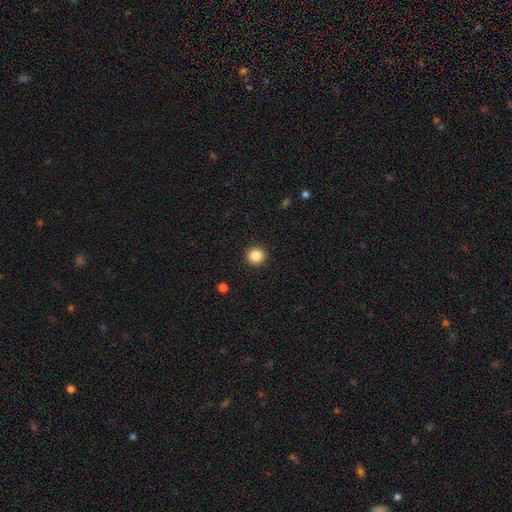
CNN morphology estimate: smooth_or_featured: smooth (p=0.86) [alt: star or artifact p=0.10]
how_rounded: round (p=0.95) [alt: in between p=0.04]
merging: none (p=0.93) [alt: minor disturbance p=0.05]